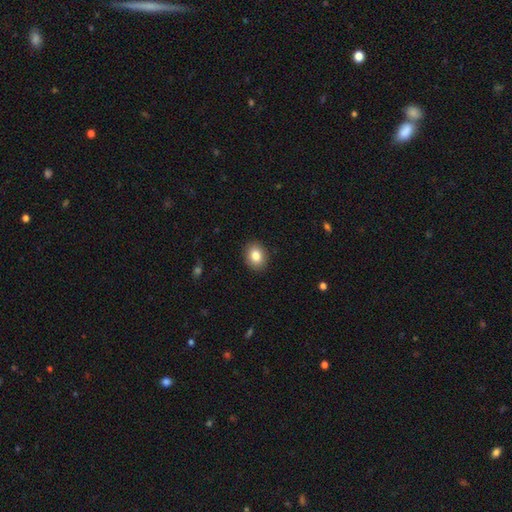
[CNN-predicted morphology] smooth 84%, star or artifact 9%, featured or disk 7%. Down the decision tree: how rounded — in between (52%); merging — none (91%).